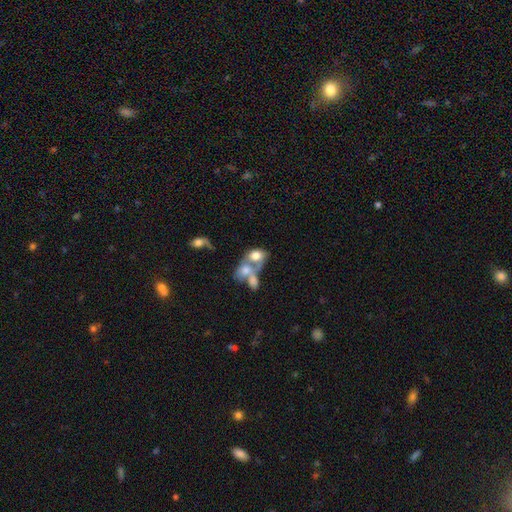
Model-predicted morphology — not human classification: Smooth or featured? Predicted: smooth (p=0.61). How rounded? Predicted: in between (p=0.68). Merging? Predicted: merger (p=0.67).